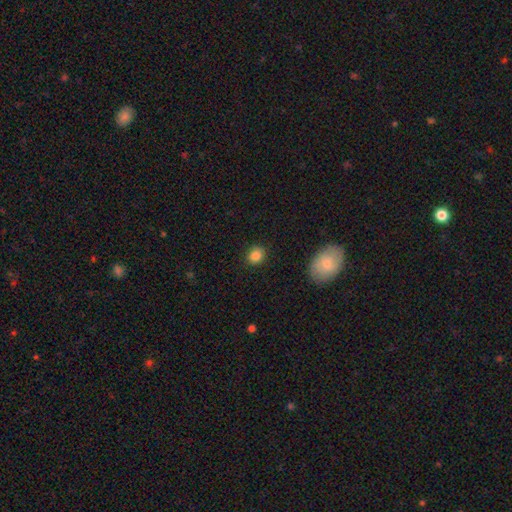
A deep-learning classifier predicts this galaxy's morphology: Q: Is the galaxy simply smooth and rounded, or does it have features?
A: smooth — 85%.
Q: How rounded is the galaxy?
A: round — 72%.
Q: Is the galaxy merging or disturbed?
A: none — 87%.